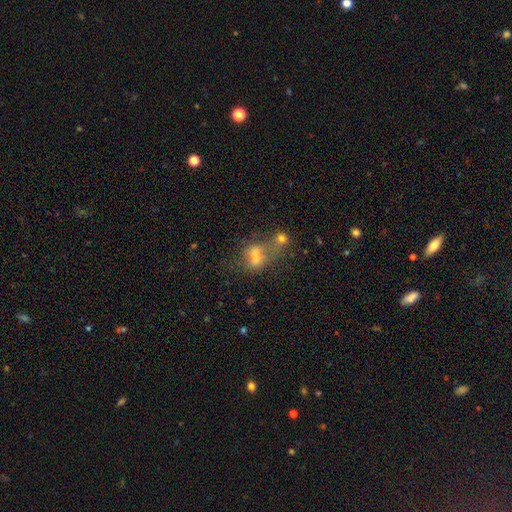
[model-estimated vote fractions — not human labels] smooth 49%, featured or disk 33%, star or artifact 18%. Down the decision tree: merging — merger (45%).